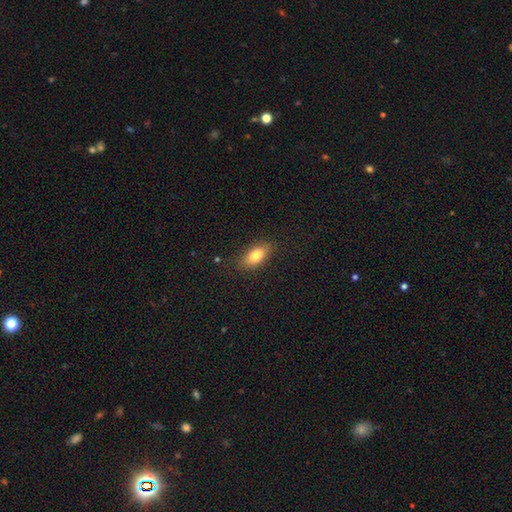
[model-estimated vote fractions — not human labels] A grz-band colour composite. It shows a smooth galaxy with no disk features (77%) that is in between round and cigar-shaped (83%). Merging: none (84%).